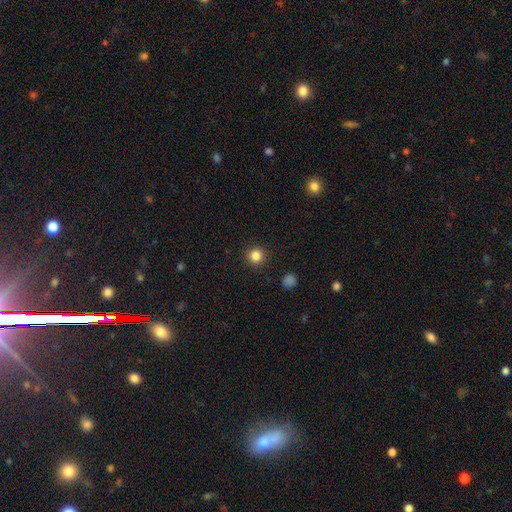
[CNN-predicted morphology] Overall: smooth (83%). How rounded: round (94%). Merging: none (92%).